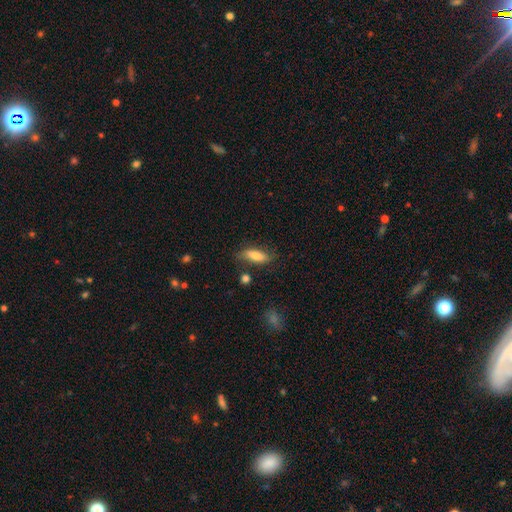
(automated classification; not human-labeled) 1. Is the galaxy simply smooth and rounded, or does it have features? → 75% smooth, 18% featured or disk, 7% star or artifact.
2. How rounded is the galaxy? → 65% in between, 32% cigar-shaped, 3% round.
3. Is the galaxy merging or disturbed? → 68% none, 21% minor disturbance, 6% major disturbance, 5% merger.